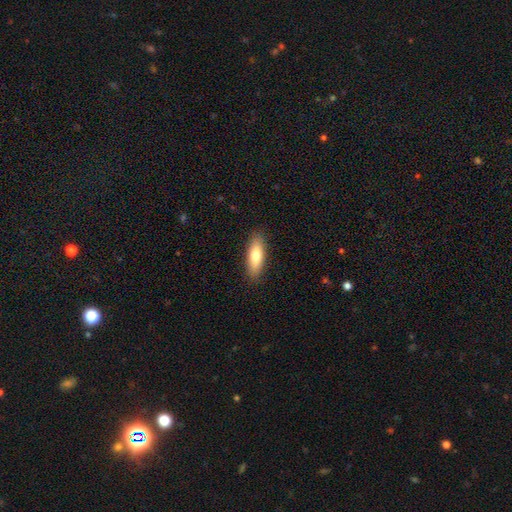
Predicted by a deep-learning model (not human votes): Smooth or featured: smooth — 77% (featured or disk — 17%)
How rounded: in between — 57% (cigar-shaped — 41%)
Merging: none — 88% (minor disturbance — 9%)